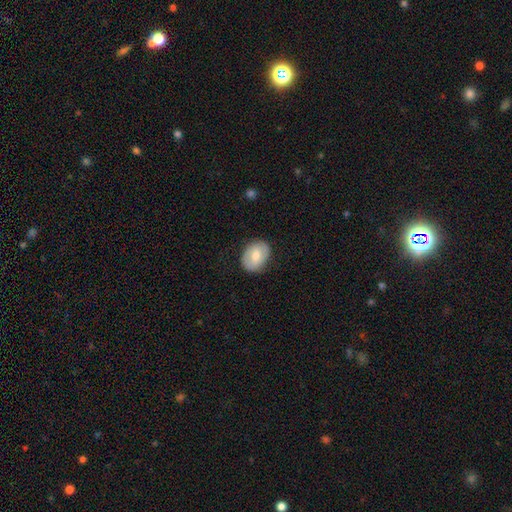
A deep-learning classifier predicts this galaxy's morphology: Overall: smooth (58%; featured or disk 36%). How rounded: in between (69%; round 30%). Merging: none (83%).